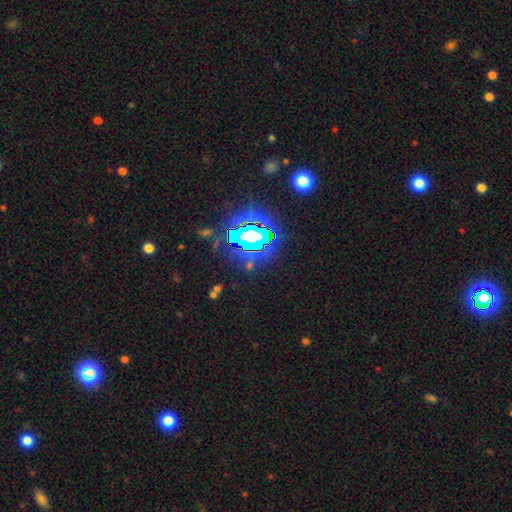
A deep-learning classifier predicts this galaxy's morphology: This appears to be a star or artifact, not a galaxy (83%).